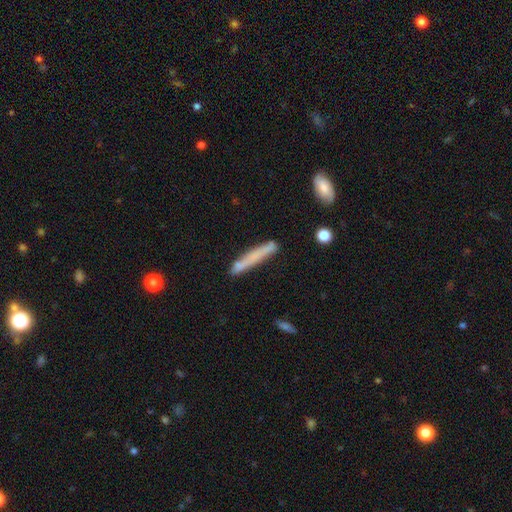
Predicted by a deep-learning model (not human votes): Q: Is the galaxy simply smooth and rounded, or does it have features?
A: smooth — 63%.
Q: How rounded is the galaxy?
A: cigar-shaped — 95%.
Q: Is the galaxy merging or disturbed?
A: none — 75%.